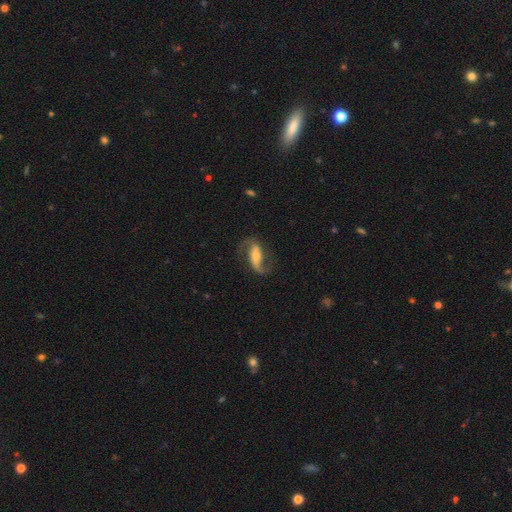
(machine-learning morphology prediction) Smooth or featured? featured or disk (83%)
Edge-on disk? no (94%)
Bar? strong (42%)
Spiral arms? yes (95%)
Spiral winding? loose (60%)
Spiral arm count? 2 (90%)
Bulge size? small (45%)
Merging? none (74%)